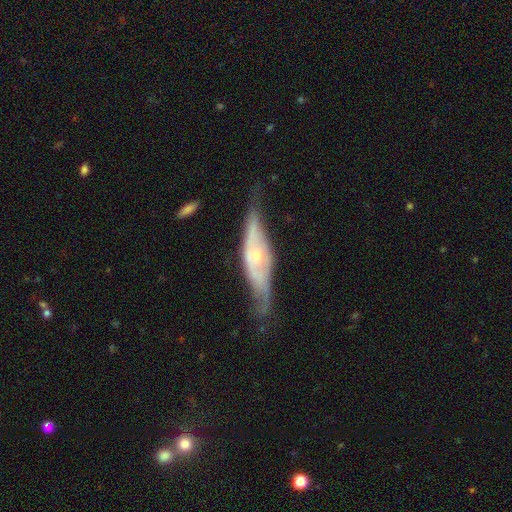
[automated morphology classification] The model was most divided on "edge-on disk": no: 56%, yes: 44%. More confident: smooth or featured — featured or disk (75%); merging — none (54%).